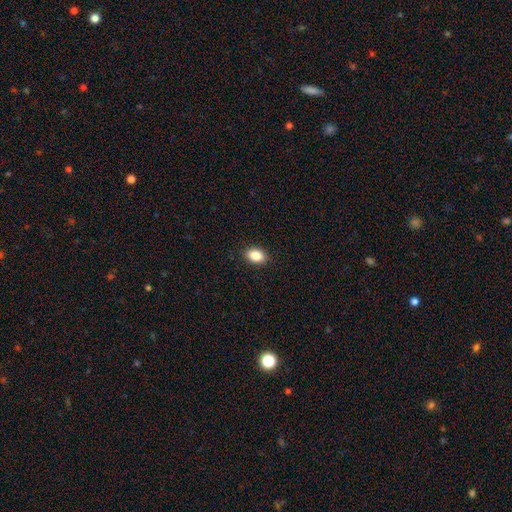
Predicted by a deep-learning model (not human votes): smooth 86%, star or artifact 8%, featured or disk 5%. Down the decision tree: how rounded — in between (82%); merging — none (90%).